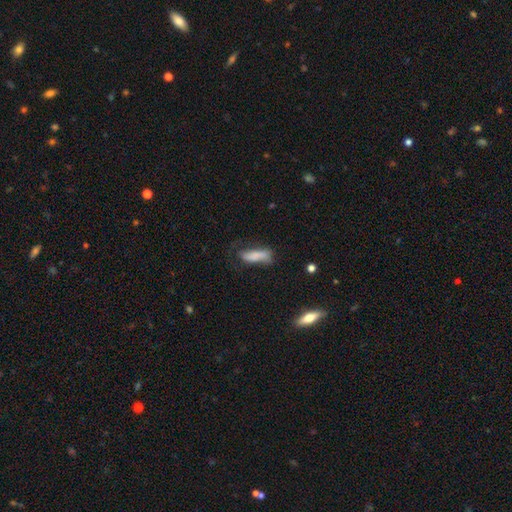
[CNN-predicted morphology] This appears to be a smooth galaxy with no disk features (76%) that is in between round and cigar-shaped (50%). Merging: none (43%).